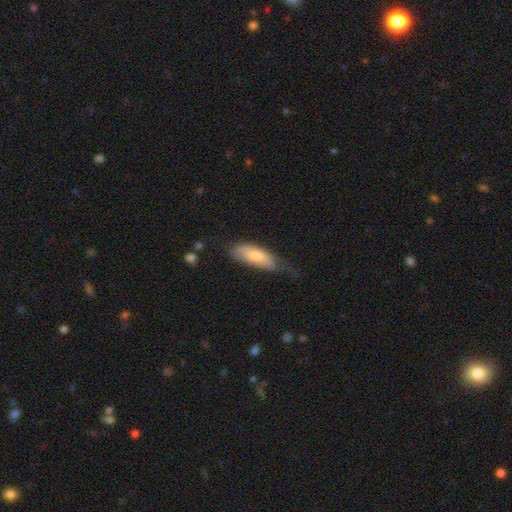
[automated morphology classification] This appears to be a smooth galaxy with no disk features (74%) that is in between round and cigar-shaped (71%). Merging: none (40%).